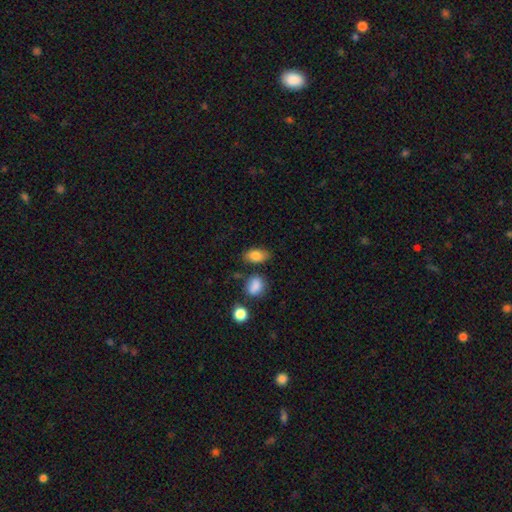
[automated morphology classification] This is clearly a smooth galaxy (83%). How rounded: clearly in between (88%). Merging: likely none (76%).